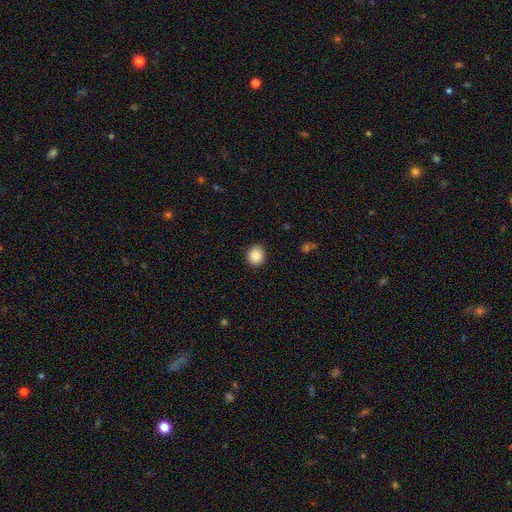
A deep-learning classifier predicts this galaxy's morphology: Q: Smooth or featured?
A: smooth (88%); runner-up: star or artifact (9%)
Q: How rounded?
A: round (79%); runner-up: in between (20%)
Q: Merging?
A: none (89%); runner-up: minor disturbance (8%)